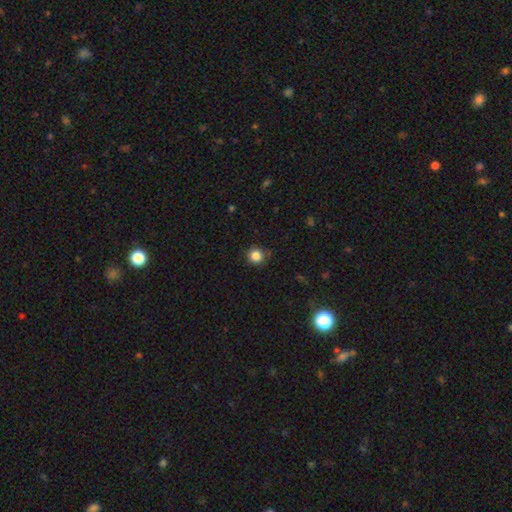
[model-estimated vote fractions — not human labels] smooth 84%, star or artifact 12%, featured or disk 4%. Down the decision tree: how rounded — round (93%); merging — none (87%).